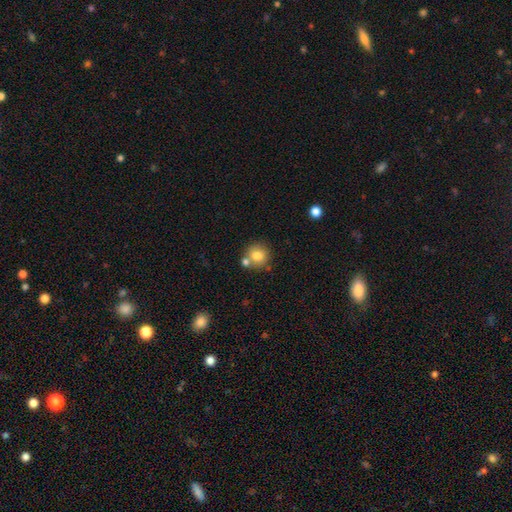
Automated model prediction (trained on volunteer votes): Smooth or featured? Predicted: smooth (p=0.78). How rounded? Predicted: round (p=0.89). Merging? Predicted: none (p=0.64).